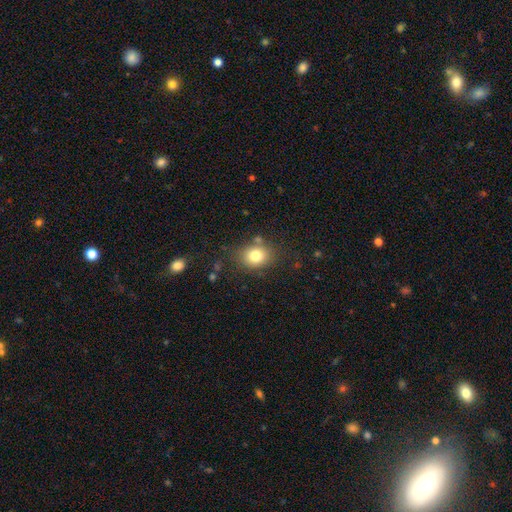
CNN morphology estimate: Overall: smooth (79%). How rounded: round (56%; in between 43%). Merging: none (76%).